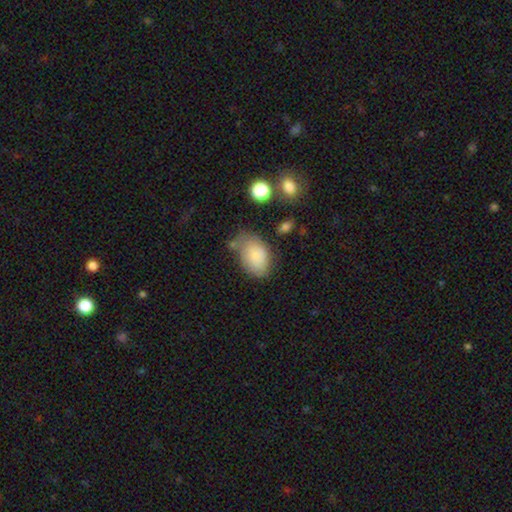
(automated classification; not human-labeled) Smooth or featured?
  - smooth: 80% *
  - featured or disk: 11%
  - star or artifact: 8%
How rounded?
  - in between: 85% *
  - round: 13%
  - cigar-shaped: 1%
Merging?
  - none: 49% *
  - minor disturbance: 31%
  - major disturbance: 12%
  - merger: 8%